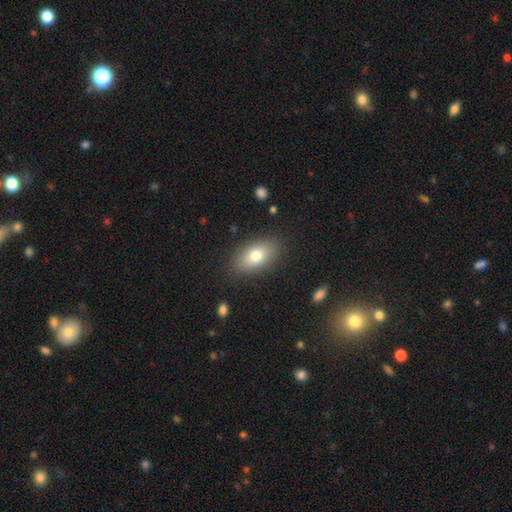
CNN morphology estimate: A smooth galaxy with no disk features (77%) that is in between round and cigar-shaped (89%).

Vote fractions:
- Smooth or featured? smooth: 77% / featured or disk: 15% / star or artifact: 8%
- How rounded? in between: 89% / round: 6% / cigar-shaped: 4%
- Merging? none: 85% / minor disturbance: 10% / major disturbance: 3% / merger: 1%